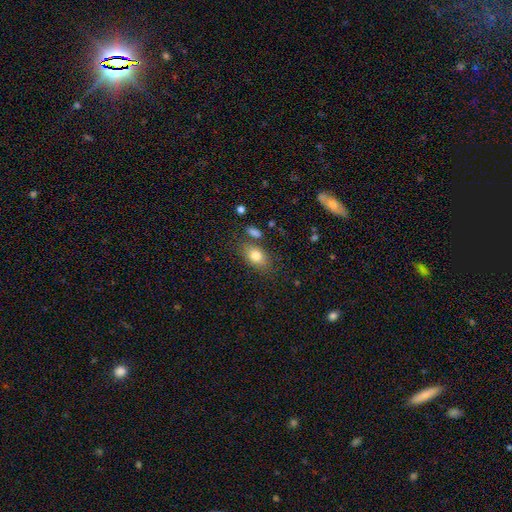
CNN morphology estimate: Smooth or featured? Predicted: smooth (p=0.81). How rounded? Predicted: in between (p=0.80). Merging? Predicted: none (p=0.70).